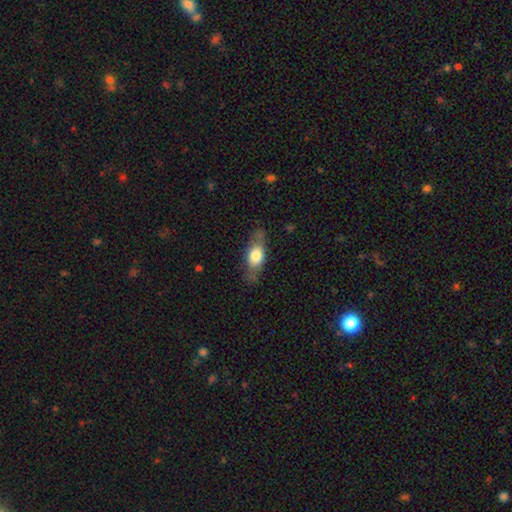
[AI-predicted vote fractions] Smooth or featured? smooth (66%)
How rounded? in between (74%)
Merging? none (69%)